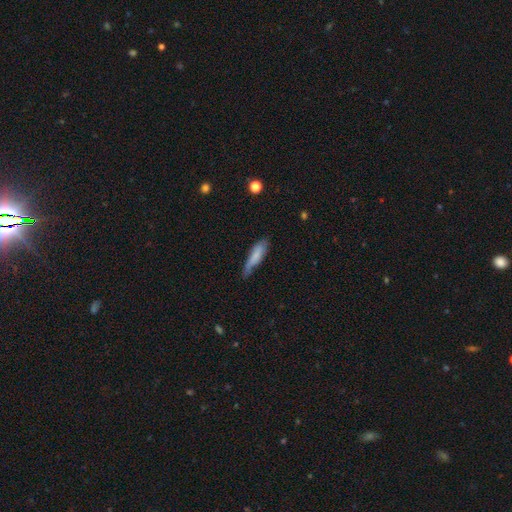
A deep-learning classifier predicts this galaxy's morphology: smooth 74%, featured or disk 19%, star or artifact 6%. Down the decision tree: how rounded — cigar-shaped (70%); merging — none (49%).